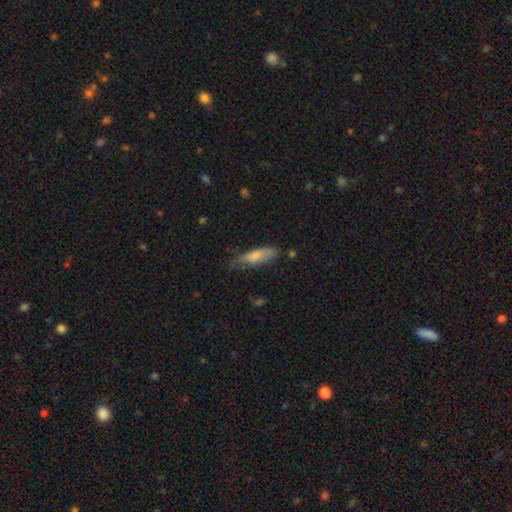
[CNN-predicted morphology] Q: Smooth or featured?
A: smooth (68%); runner-up: featured or disk (25%)
Q: How rounded?
A: cigar-shaped (63%); runner-up: in between (35%)
Q: Merging?
A: none (67%); runner-up: minor disturbance (25%)